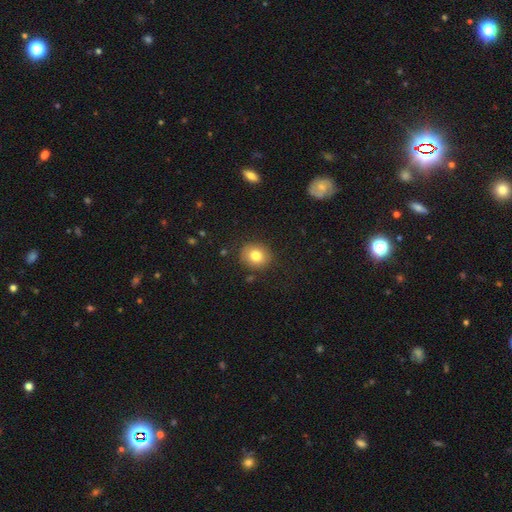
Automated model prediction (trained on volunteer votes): This is clearly a smooth galaxy (80%). How rounded: likely round (72%). Merging: clearly none (86%).